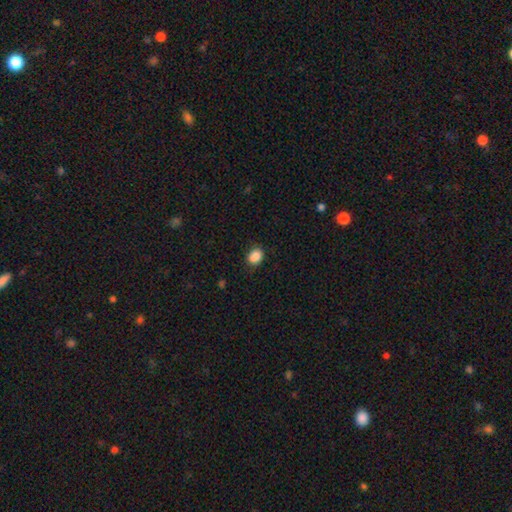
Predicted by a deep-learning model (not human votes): smooth_or_featured: smooth (p=0.87) [alt: star or artifact p=0.09]
how_rounded: in between (p=0.57) [alt: round p=0.42]
merging: none (p=0.79) [alt: minor disturbance p=0.17]